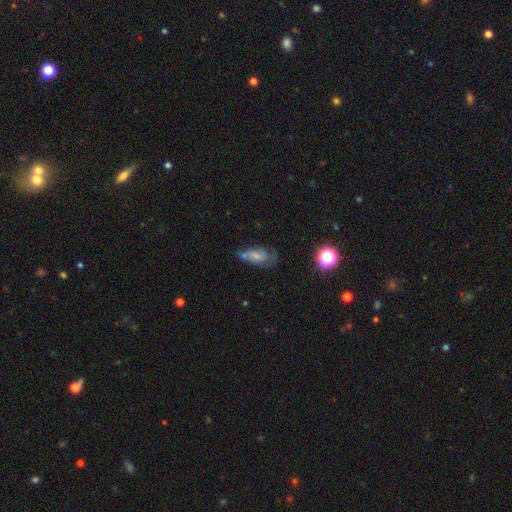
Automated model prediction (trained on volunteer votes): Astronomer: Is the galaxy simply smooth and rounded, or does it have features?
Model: smooth — 46% (runner-up: featured or disk, 42%).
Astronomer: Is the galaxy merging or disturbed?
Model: none — 40% (runner-up: minor disturbance, 27%).